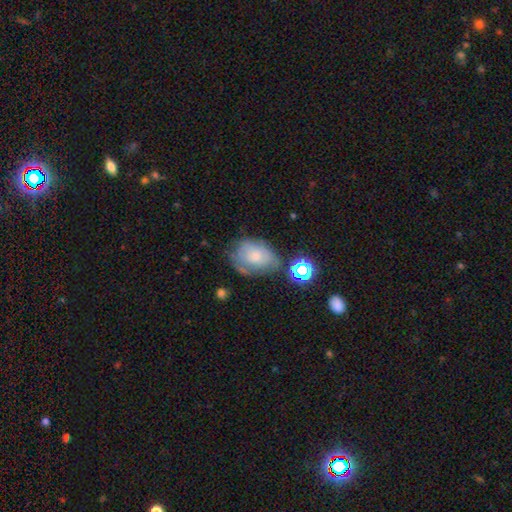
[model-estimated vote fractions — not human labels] Smooth or featured? Predicted: smooth (p=0.50). How rounded? Predicted: in between (p=0.70). Merging? Predicted: none (p=0.48).